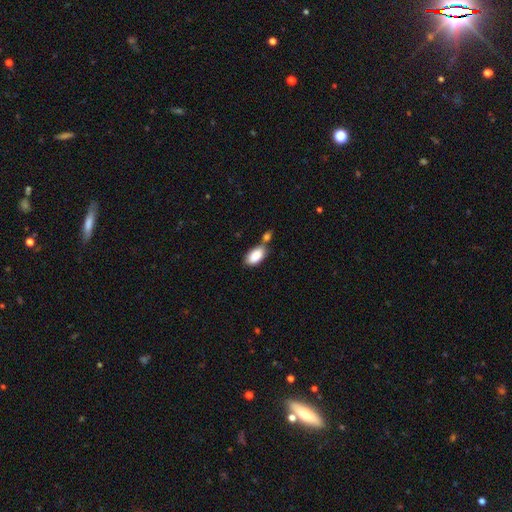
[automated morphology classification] A smooth galaxy with no disk features (87%) that is in between round and cigar-shaped (94%). Merging: none (49%).